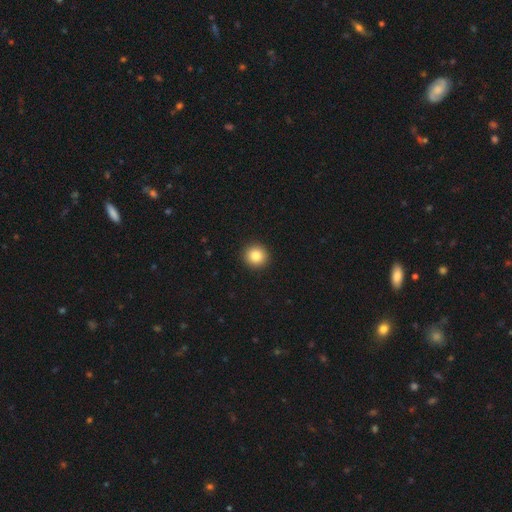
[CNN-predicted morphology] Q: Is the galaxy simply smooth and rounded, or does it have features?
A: smooth — 85%.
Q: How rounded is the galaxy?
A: round — 94%.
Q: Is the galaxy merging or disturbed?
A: none — 93%.